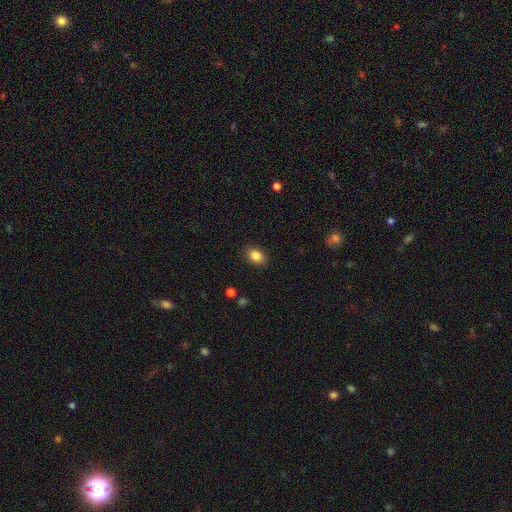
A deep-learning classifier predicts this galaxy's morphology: Q: Smooth or featured?
A: smooth (86%); runner-up: star or artifact (9%)
Q: How rounded?
A: in between (77%); runner-up: round (21%)
Q: Merging?
A: none (86%); runner-up: minor disturbance (10%)